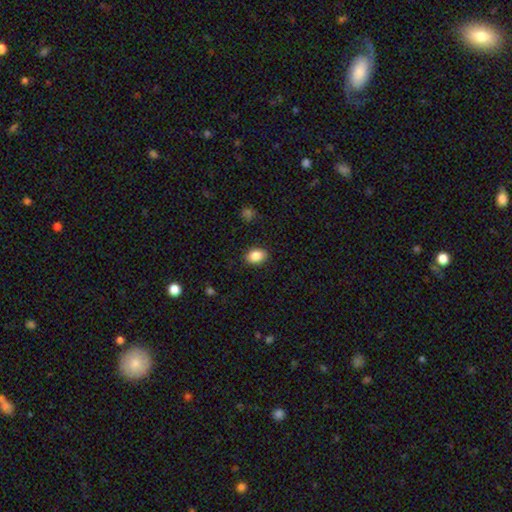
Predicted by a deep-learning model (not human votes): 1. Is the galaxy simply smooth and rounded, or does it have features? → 87% smooth, 8% star or artifact, 5% featured or disk.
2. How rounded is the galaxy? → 77% in between, 22% round, 1% cigar-shaped.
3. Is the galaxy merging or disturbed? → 88% none, 8% minor disturbance, 2% major disturbance, 1% merger.